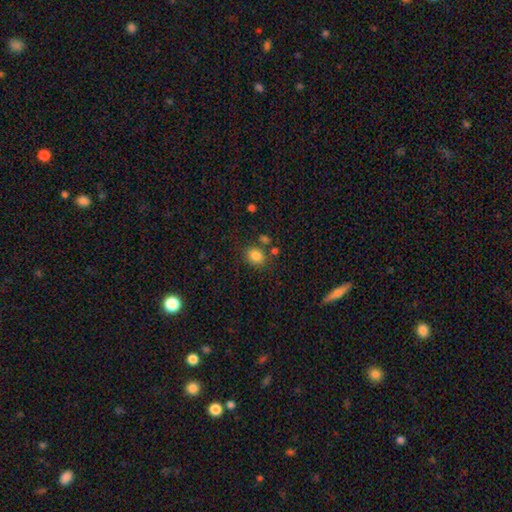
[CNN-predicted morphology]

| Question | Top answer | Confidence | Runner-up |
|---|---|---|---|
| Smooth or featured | smooth | 84% | star or artifact (11%) |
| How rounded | round | 58% | in between (42%) |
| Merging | none | 77% | minor disturbance (11%) |